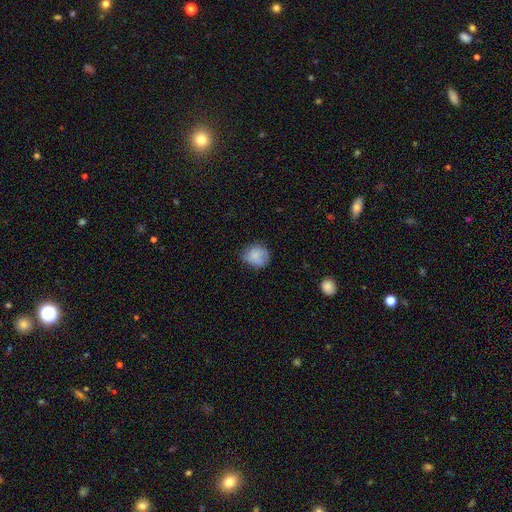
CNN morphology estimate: Smooth or featured? Predicted: smooth (p=0.79). How rounded? Predicted: round (p=0.76). Merging? Predicted: none (p=0.63).